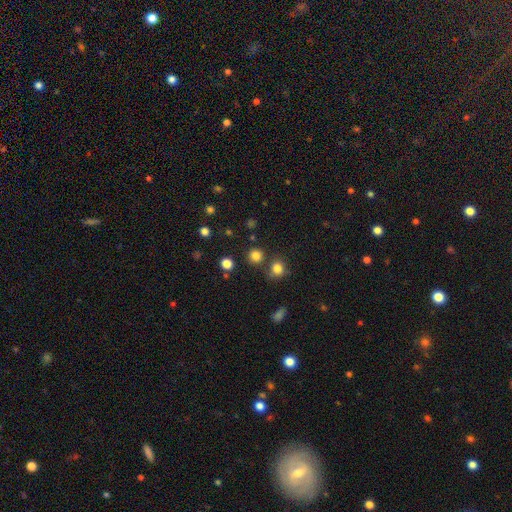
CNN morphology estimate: This appears to be a smooth galaxy with no disk features (80%) that is round (91%). Merging: none (79%).